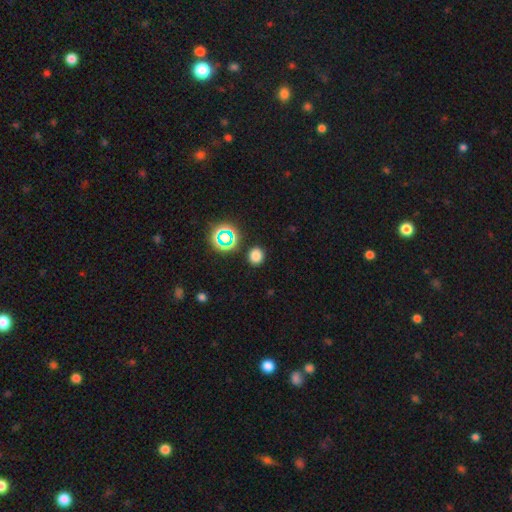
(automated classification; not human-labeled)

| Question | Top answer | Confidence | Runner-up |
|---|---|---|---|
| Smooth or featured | smooth | 75% | star or artifact (20%) |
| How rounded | round | 84% | in between (15%) |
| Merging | none | 89% | minor disturbance (7%) |